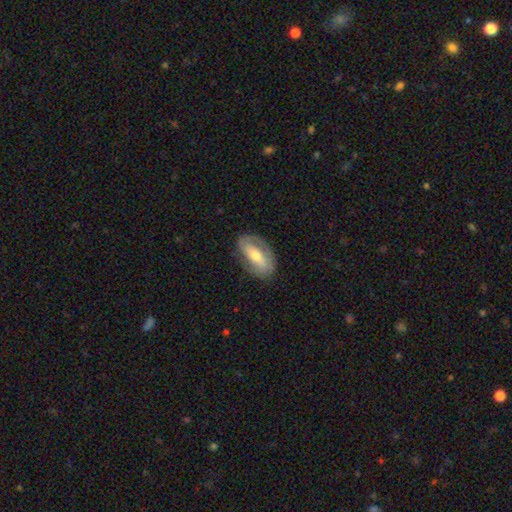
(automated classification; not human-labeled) Smooth or featured? Predicted: featured or disk (p=0.58). Edge-on disk? Predicted: no (p=0.88). Bar? Predicted: strong (p=0.36). Spiral arms? Predicted: yes (p=0.58). Bulge size? Predicted: moderate (p=0.61). Merging? Predicted: none (p=0.75).